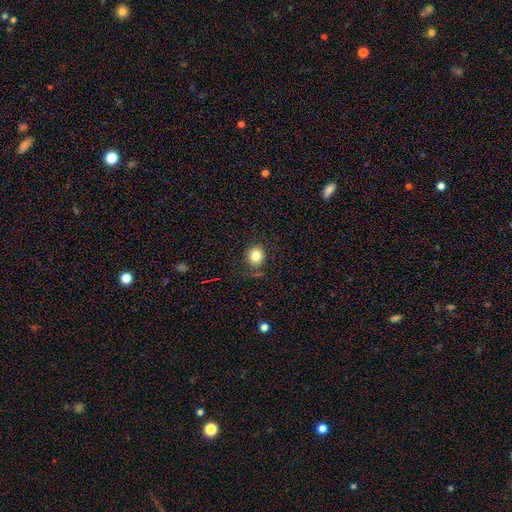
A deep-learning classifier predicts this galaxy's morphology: Q: Smooth or featured?
A: smooth (81%); runner-up: star or artifact (11%)
Q: How rounded?
A: round (84%); runner-up: in between (15%)
Q: Merging?
A: none (83%); runner-up: minor disturbance (11%)